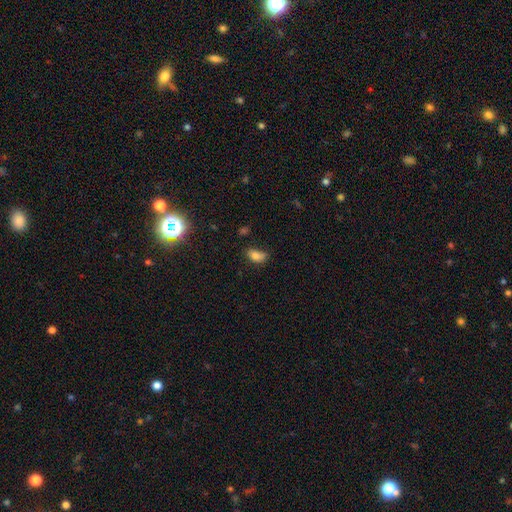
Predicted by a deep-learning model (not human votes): Smooth or featured? smooth (80%)
How rounded? in between (90%)
Merging? none (61%)